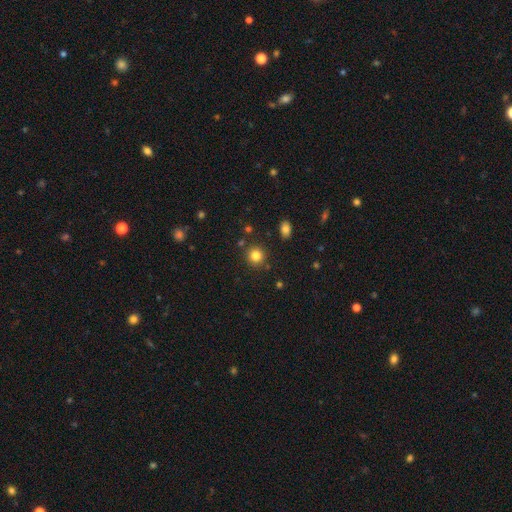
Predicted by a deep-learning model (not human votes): The model was most divided on "smooth or featured": smooth: 83%, star or artifact: 12%, featured or disk: 5%. More confident: how rounded — round (91%); merging — none (86%).